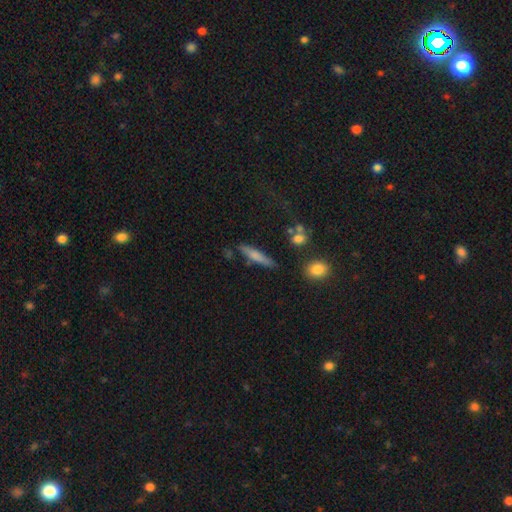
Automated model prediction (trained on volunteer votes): Smooth or featured? Predicted: smooth (p=0.66). How rounded? Predicted: cigar-shaped (p=0.85). Merging? Predicted: none (p=0.78).